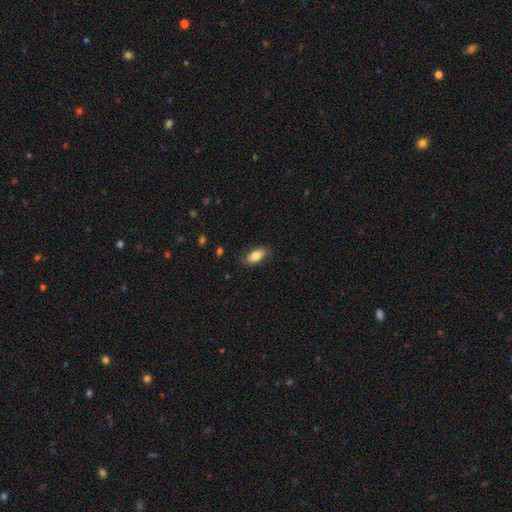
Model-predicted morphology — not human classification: Smooth or featured? smooth (80%)
How rounded? in between (90%)
Merging? none (82%)